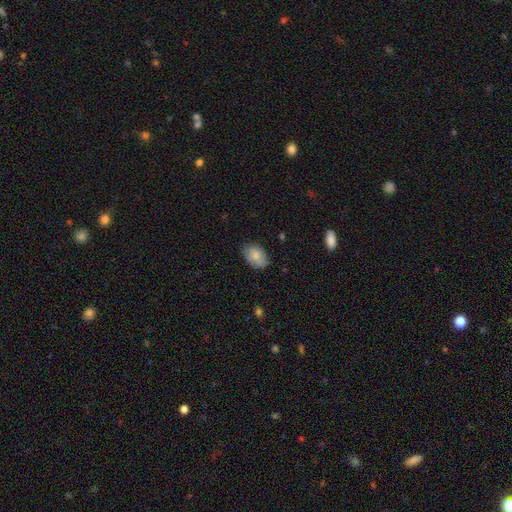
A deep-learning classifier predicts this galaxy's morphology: Smooth or featured?
  - smooth: 84% *
  - featured or disk: 9%
  - star or artifact: 7%
How rounded?
  - in between: 87% *
  - round: 12%
  - cigar-shaped: 1%
Merging?
  - none: 78% *
  - minor disturbance: 18%
  - major disturbance: 3%
  - merger: 1%